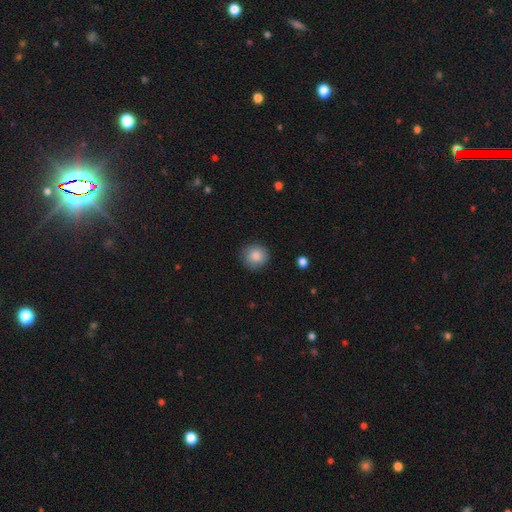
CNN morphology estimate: Smooth or featured? Predicted: smooth (p=0.87). How rounded? Predicted: round (p=0.90). Merging? Predicted: none (p=0.87).